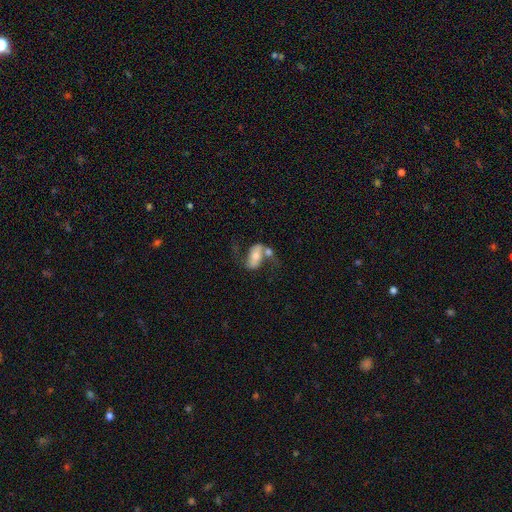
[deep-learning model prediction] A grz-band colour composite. It shows a featured or disk galaxy (55%) with no bar (46%), spiral arms (75%) and a moderate central bulge (53%). Merging: merger (39%).